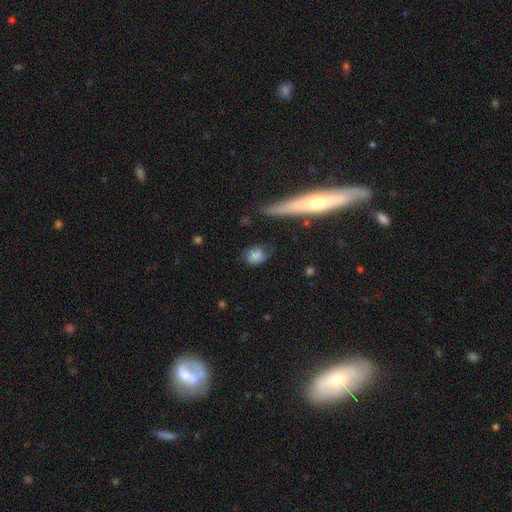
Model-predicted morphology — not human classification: This is likely a smooth galaxy (69%). How rounded: possibly in between (56%). Merging: possibly none (55%).